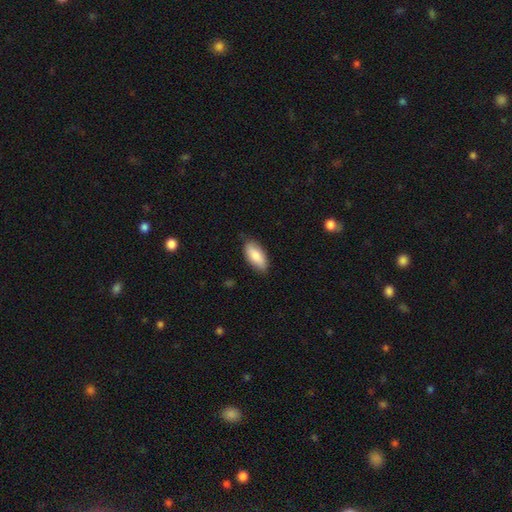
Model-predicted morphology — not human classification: Smooth or featured?
  - smooth: 83% *
  - featured or disk: 11%
  - star or artifact: 6%
How rounded?
  - in between: 88% *
  - cigar-shaped: 10%
  - round: 2%
Merging?
  - none: 82% *
  - minor disturbance: 15%
  - major disturbance: 2%
  - merger: 1%